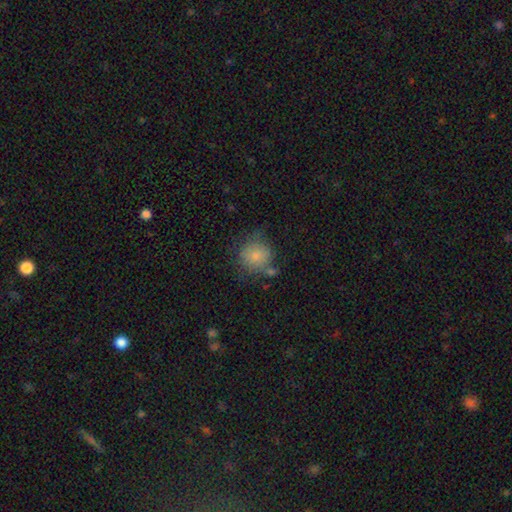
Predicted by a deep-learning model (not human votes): A smooth galaxy with no disk features (79%) that is round (85%).

Vote fractions:
- Smooth or featured? smooth: 79% / featured or disk: 12% / star or artifact: 9%
- How rounded? round: 85% / in between: 14% / cigar-shaped: 1%
- Merging? none: 56% / minor disturbance: 24% / major disturbance: 10% / merger: 9%